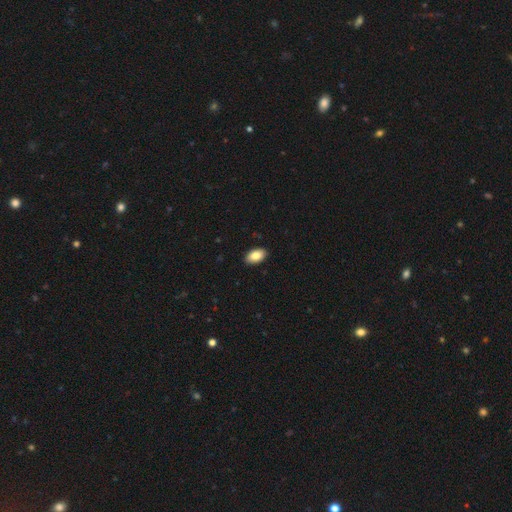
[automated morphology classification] Overall: smooth (85%). How rounded: in between (94%). Merging: none (90%).